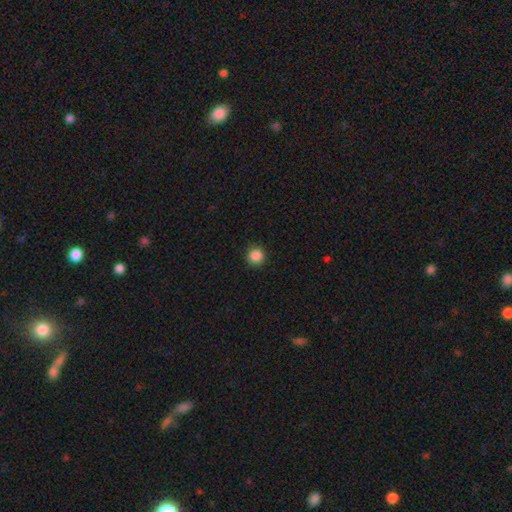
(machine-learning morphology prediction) smooth-or-featured: smooth: 87% | star or artifact: 10% | featured or disk: 3%
  how-rounded: round: 93% | in between: 6% | cigar-shaped: 1%
  merging: none: 90% | minor disturbance: 7% | major disturbance: 2% | merger: 1%